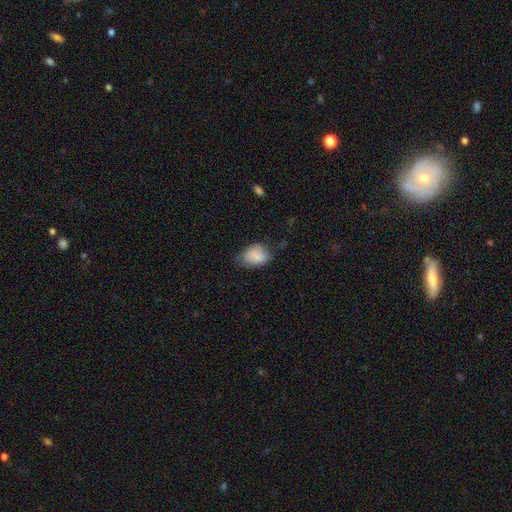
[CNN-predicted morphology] Smooth or featured? Predicted: smooth (p=0.83). How rounded? Predicted: in between (p=0.74). Merging? Predicted: none (p=0.52).